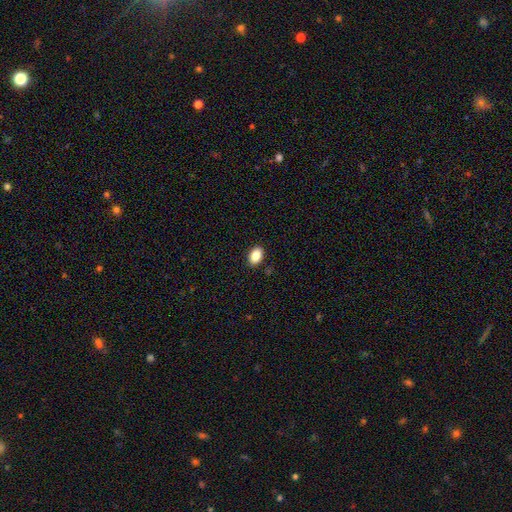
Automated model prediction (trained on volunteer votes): smooth_or_featured: smooth (p=0.86) [alt: star or artifact p=0.08]
how_rounded: in between (p=0.86) [alt: round p=0.13]
merging: none (p=0.89) [alt: minor disturbance p=0.08]